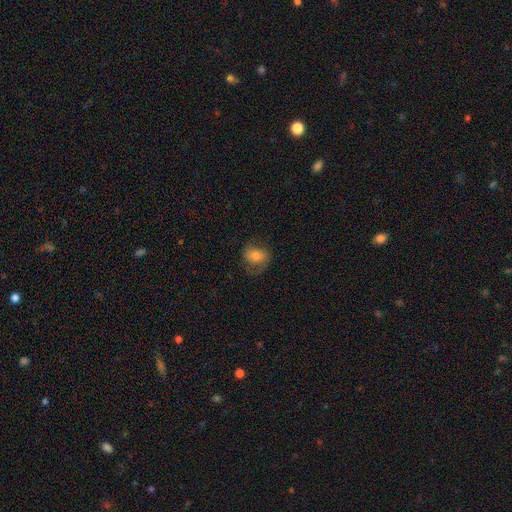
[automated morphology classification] smooth_or_featured: smooth (p=0.63) [alt: featured or disk p=0.28]
how_rounded: round (p=0.59) [alt: in between p=0.40]
merging: none (p=0.60) [alt: minor disturbance p=0.23]